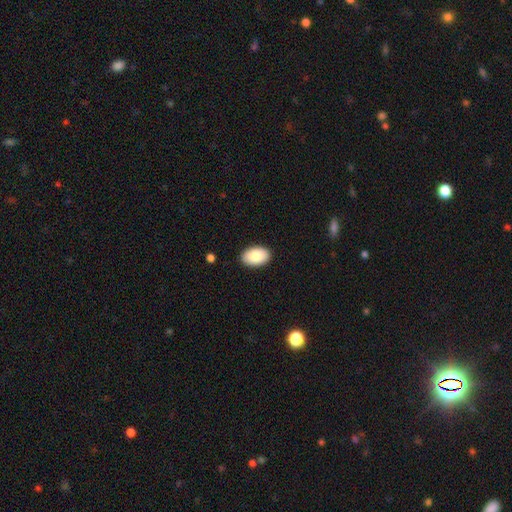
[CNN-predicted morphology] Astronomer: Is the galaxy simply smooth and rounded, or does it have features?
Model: smooth — 87%.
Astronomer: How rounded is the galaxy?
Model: in between — 92%.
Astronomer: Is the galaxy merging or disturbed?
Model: none — 89%.